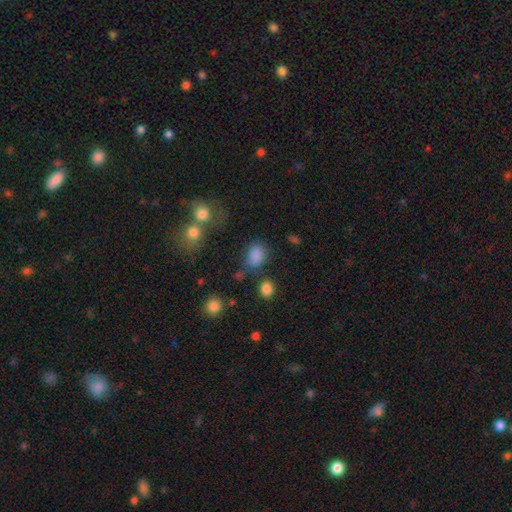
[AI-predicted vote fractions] Overall: smooth (82%). How rounded: in between (66%; round 32%). Merging: none (61%).